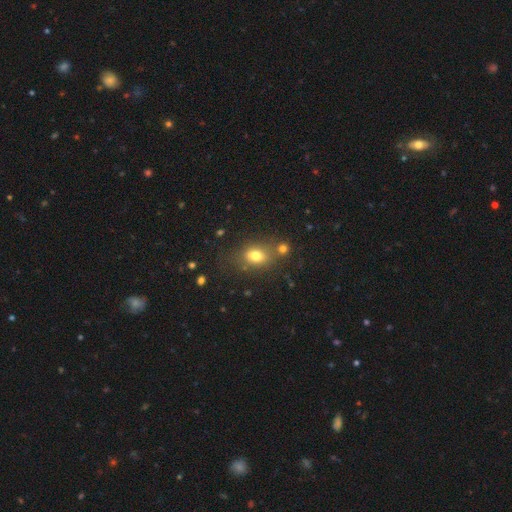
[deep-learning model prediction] Smooth or featured? smooth (75%)
How rounded? in between (64%)
Merging? none (63%)